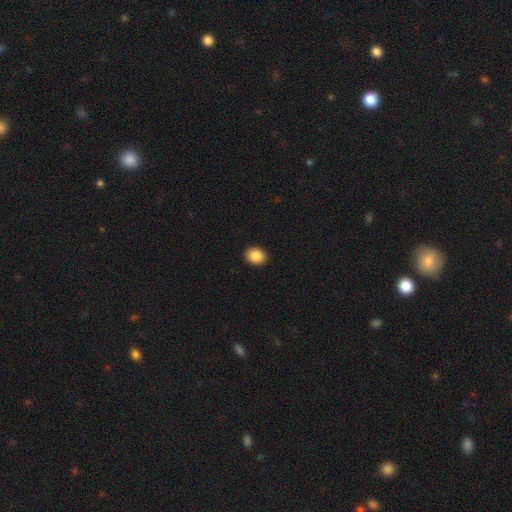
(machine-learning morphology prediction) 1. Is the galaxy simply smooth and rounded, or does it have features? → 87% smooth, 8% star or artifact, 4% featured or disk.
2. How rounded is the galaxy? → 51% round, 48% in between, 1% cigar-shaped.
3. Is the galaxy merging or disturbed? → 92% none, 5% minor disturbance, 2% major disturbance, 1% merger.